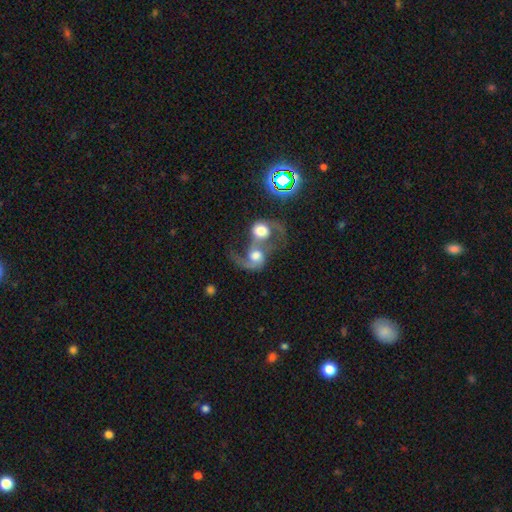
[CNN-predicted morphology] Smooth or featured?
  - featured or disk: 57% *
  - smooth: 33%
  - star or artifact: 10%
Edge-on disk?
  - no: 97% *
  - yes: 3%
Bar?
  - no: 72% *
  - weak: 23%
  - strong: 5%
Spiral arms?
  - yes: 77% *
  - no: 23%
Bulge size?
  - large: 39% *
  - moderate: 38%
  - dominant: 9%
  - small: 8%
  - none: 6%
Merging?
  - merger: 83% *
  - major disturbance: 8%
  - none: 6%
  - minor disturbance: 3%